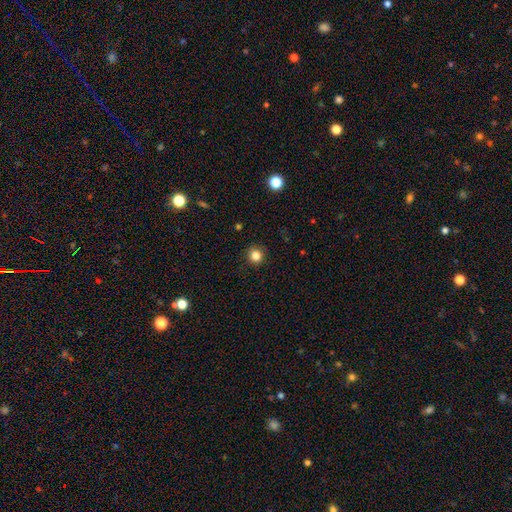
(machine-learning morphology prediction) Overall: smooth (83%). How rounded: round (93%). Merging: none (91%).